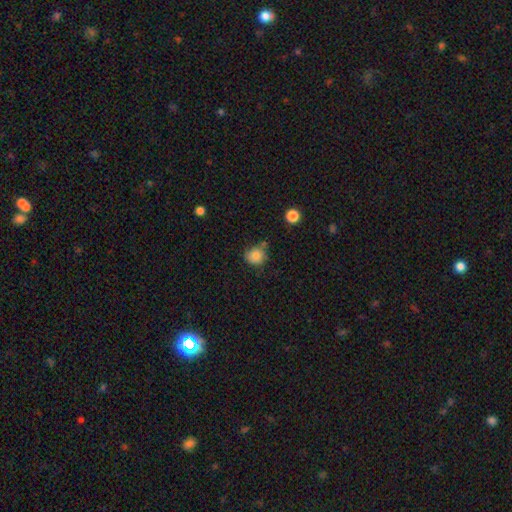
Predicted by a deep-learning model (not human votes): The model was most divided on "merging": none: 67%, minor disturbance: 19%, merger: 9%, major disturbance: 5%. More confident: smooth or featured — smooth (84%); how rounded — round (81%).